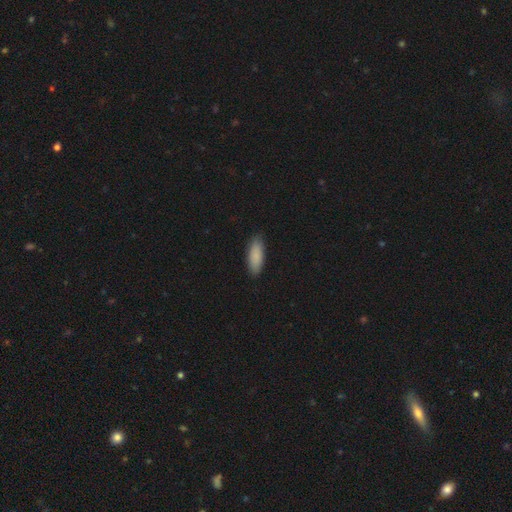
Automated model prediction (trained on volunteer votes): Smooth or featured?
  - smooth: 87% *
  - featured or disk: 7%
  - star or artifact: 6%
How rounded?
  - in between: 64% *
  - cigar-shaped: 34%
  - round: 2%
Merging?
  - none: 84% *
  - minor disturbance: 12%
  - major disturbance: 2%
  - merger: 1%